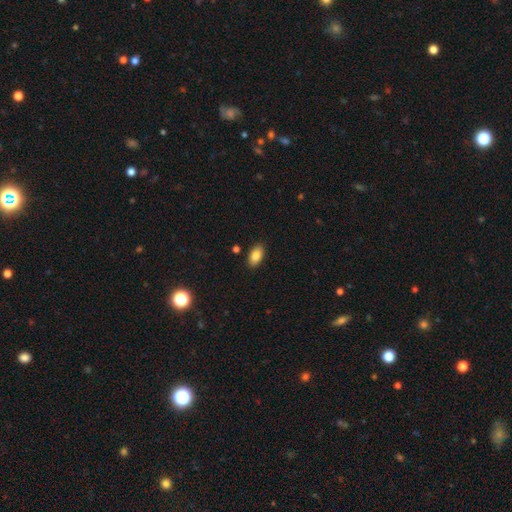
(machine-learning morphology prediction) Smooth or featured? smooth (85%)
How rounded? in between (92%)
Merging? none (87%)